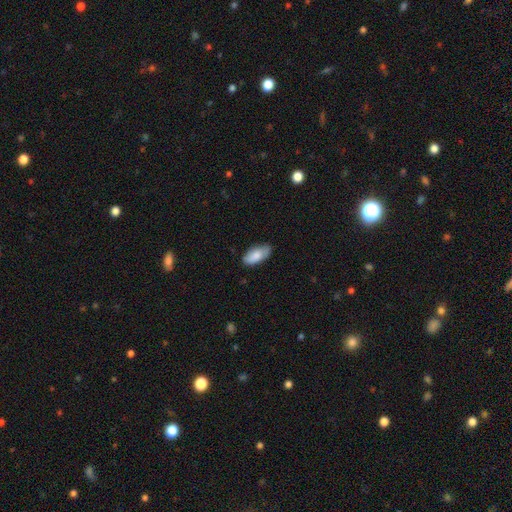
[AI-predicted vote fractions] smooth-or-featured: smooth: 83% | featured or disk: 11% | star or artifact: 6%
  how-rounded: in between: 90% | cigar-shaped: 7% | round: 2%
  merging: none: 78% | minor disturbance: 18% | major disturbance: 3% | merger: 1%